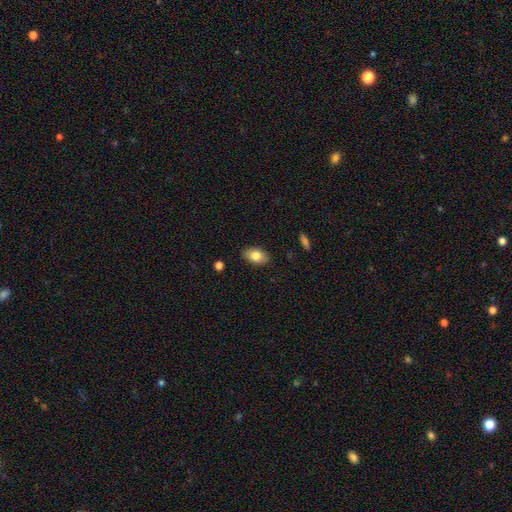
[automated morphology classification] A smooth galaxy with no disk features (81%) that is in between round and cigar-shaped (90%).

Vote fractions:
- Smooth or featured? smooth: 81% / featured or disk: 12% / star or artifact: 7%
- How rounded? in between: 90% / round: 9% / cigar-shaped: 2%
- Merging? none: 87% / minor disturbance: 10% / major disturbance: 2% / merger: 1%